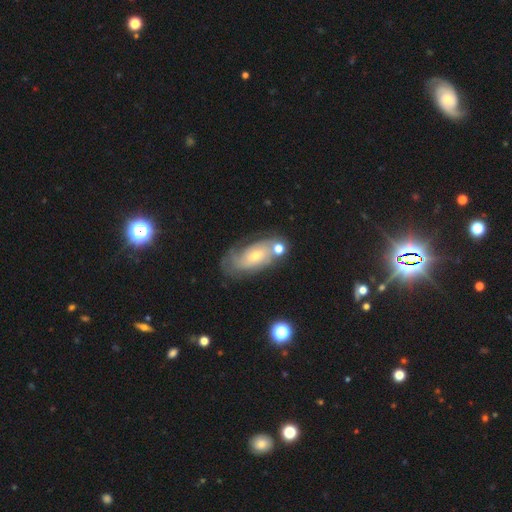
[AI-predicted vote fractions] The model was most divided on "bulge size": small: 56%, moderate: 39%, large: 2%, none: 1%, dominant: 1%. More confident: edge-on disk — no (92%); spiral arms — yes (81%); bar — no (70%); smooth or featured — featured or disk (65%); merging — none (54%).